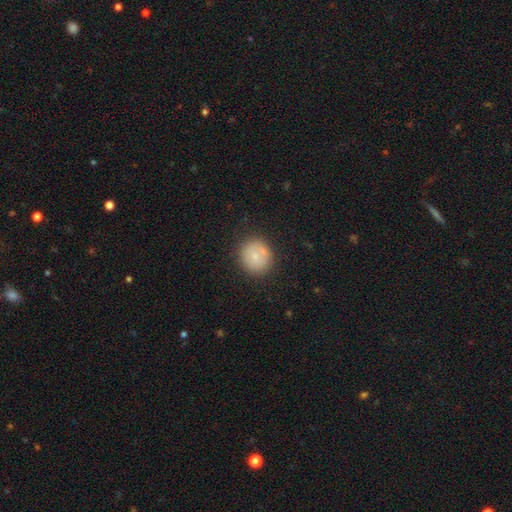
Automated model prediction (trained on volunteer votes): smooth_or_featured: smooth (p=0.76) [alt: featured or disk p=0.16]
how_rounded: round (p=0.87) [alt: in between p=0.12]
merging: none (p=0.79) [alt: minor disturbance p=0.12]